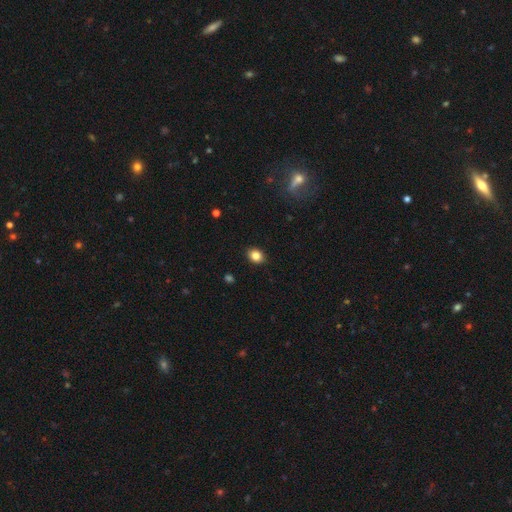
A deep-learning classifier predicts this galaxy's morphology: This is clearly a smooth galaxy (85%). How rounded: possibly in between (54%). Merging: clearly none (89%).